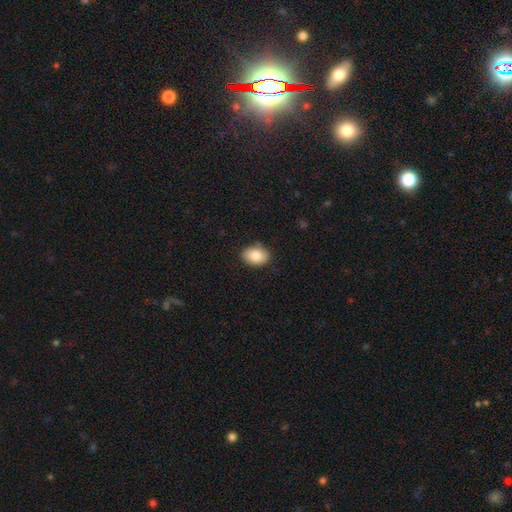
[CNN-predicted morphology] Smooth or featured?
  - smooth: 85% *
  - star or artifact: 7%
  - featured or disk: 7%
How rounded?
  - in between: 77% *
  - round: 22%
  - cigar-shaped: 1%
Merging?
  - none: 85% *
  - minor disturbance: 12%
  - major disturbance: 2%
  - merger: 1%